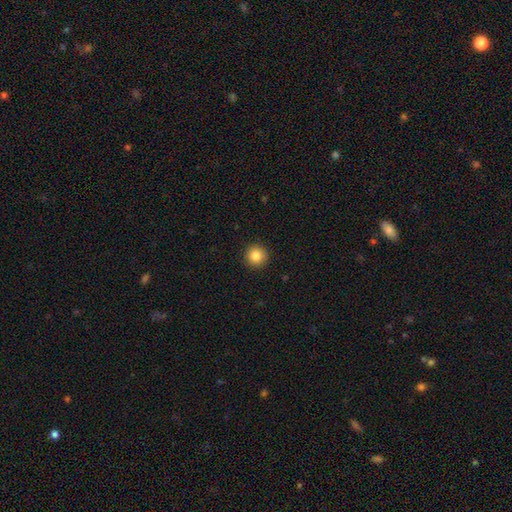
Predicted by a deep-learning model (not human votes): The model was most divided on "smooth or featured": smooth: 85%, star or artifact: 10%, featured or disk: 5%. More confident: how rounded — round (95%); merging — none (92%).